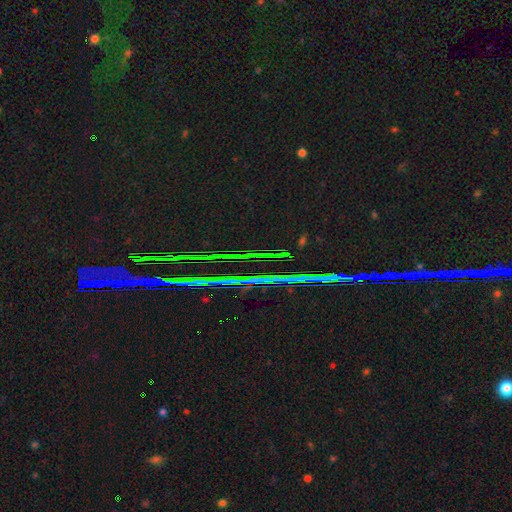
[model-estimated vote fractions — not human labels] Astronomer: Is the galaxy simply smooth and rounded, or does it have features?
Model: star or artifact — 89%.